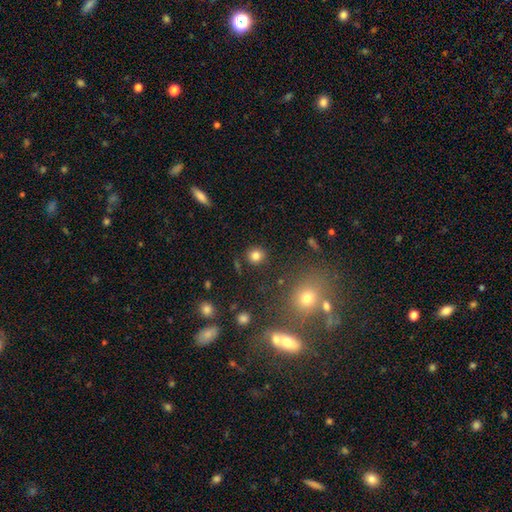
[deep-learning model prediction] Q: Smooth or featured?
A: smooth (81%); runner-up: star or artifact (12%)
Q: How rounded?
A: round (86%); runner-up: in between (13%)
Q: Merging?
A: none (85%); runner-up: minor disturbance (8%)